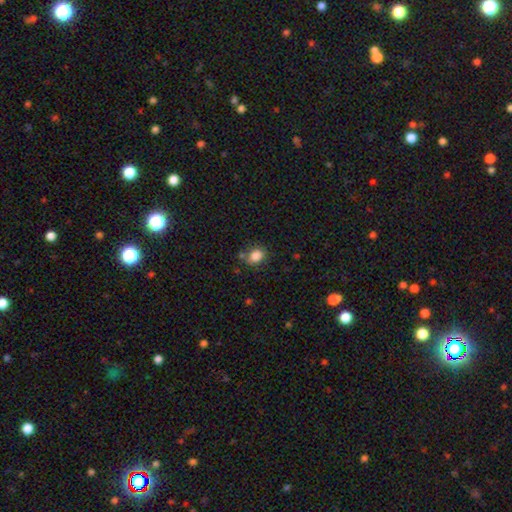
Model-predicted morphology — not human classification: Overall: smooth (84%). How rounded: in between (53%; round 46%). Merging: none (68%).